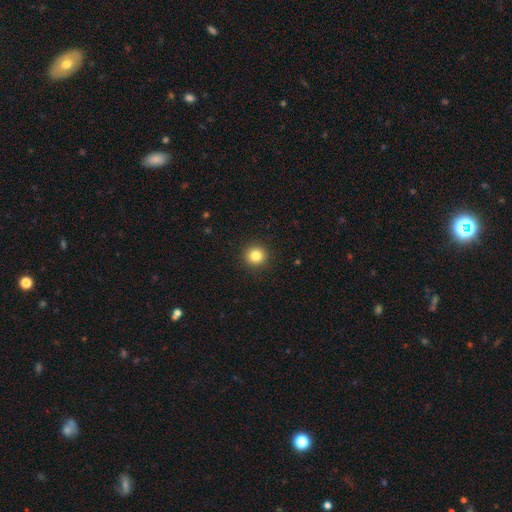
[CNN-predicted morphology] This is clearly a smooth galaxy (83%). How rounded: clearly round (94%). Merging: clearly none (93%).